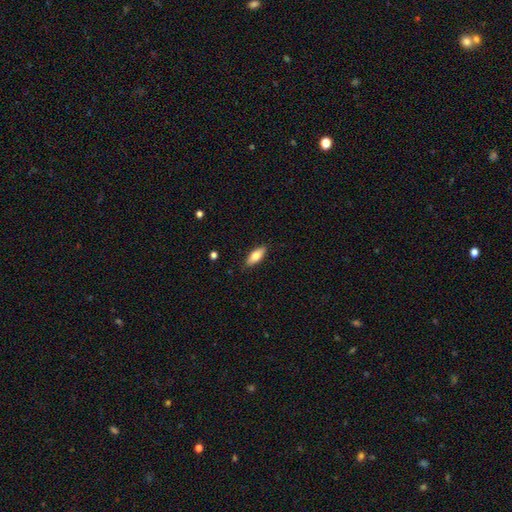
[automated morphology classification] Smooth or featured? Predicted: smooth (p=0.76). How rounded? Predicted: in between (p=0.77). Merging? Predicted: none (p=0.86).